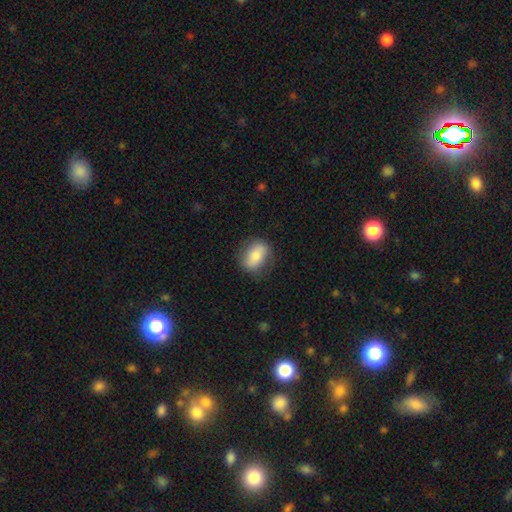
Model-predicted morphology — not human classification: A smooth galaxy with no disk features (74%) that is in between round and cigar-shaped (76%).

Vote fractions:
- Smooth or featured? smooth: 74% / featured or disk: 19% / star or artifact: 7%
- How rounded? in between: 76% / round: 20% / cigar-shaped: 3%
- Merging? none: 76% / minor disturbance: 17% / major disturbance: 5% / merger: 1%